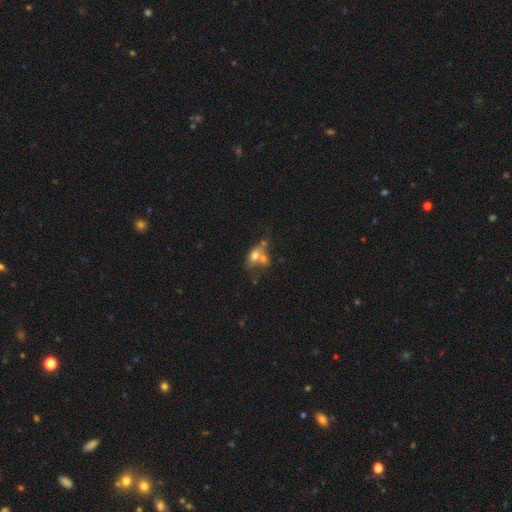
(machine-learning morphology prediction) smooth_or_featured: smooth (p=0.62) [alt: featured or disk p=0.27]
how_rounded: in between (p=0.69) [alt: round p=0.27]
merging: merger (p=0.54) [alt: none p=0.26]